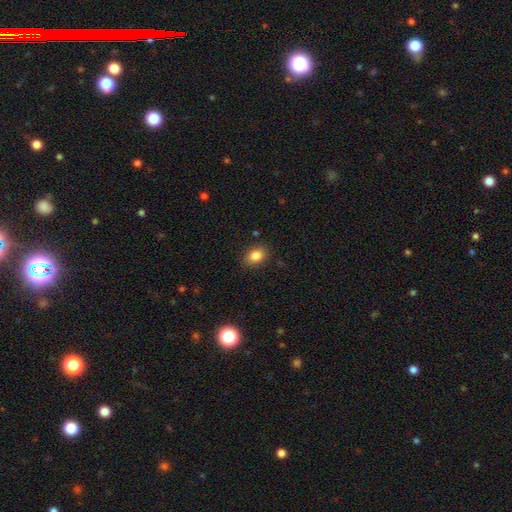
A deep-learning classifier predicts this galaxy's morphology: Q: Smooth or featured?
A: smooth (85%); runner-up: star or artifact (9%)
Q: How rounded?
A: in between (72%); runner-up: round (26%)
Q: Merging?
A: none (86%); runner-up: minor disturbance (10%)